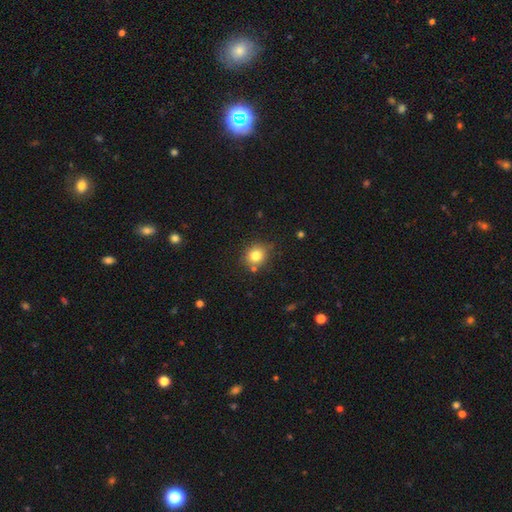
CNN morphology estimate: type=smooth (80%); roundness=round (79%); merging=none (77%).